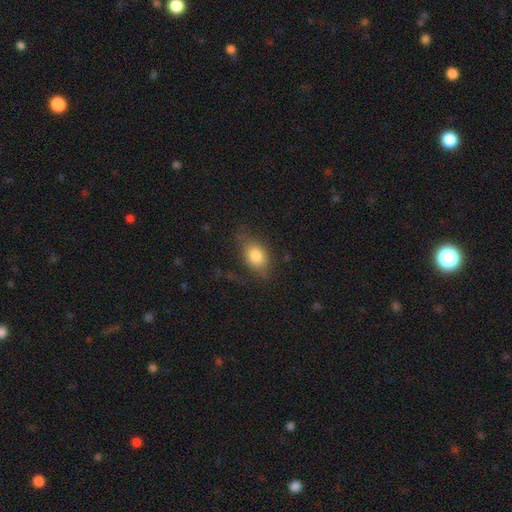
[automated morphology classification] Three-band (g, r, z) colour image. It shows a smooth galaxy with no disk features (80%) that is in between round and cigar-shaped (78%). Merging: none (63%).